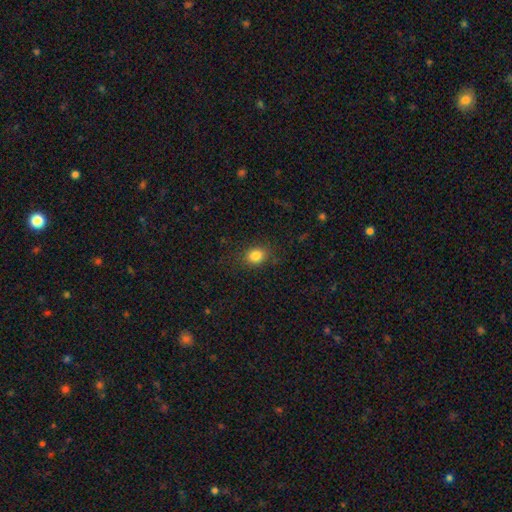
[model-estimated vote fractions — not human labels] Smooth or featured?
  - smooth: 83% *
  - star or artifact: 11%
  - featured or disk: 6%
How rounded?
  - round: 53% *
  - in between: 46%
  - cigar-shaped: 1%
Merging?
  - none: 84% *
  - minor disturbance: 11%
  - major disturbance: 4%
  - merger: 1%